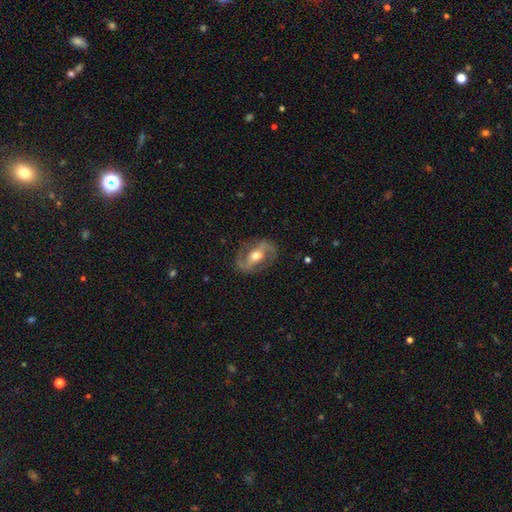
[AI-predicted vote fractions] This appears to be a featured or disk galaxy (84%) with a strong bar (43%), 2 (91%) medium (47%) spiral arms (90%) and a moderate central bulge (71%). Merging: none (82%).